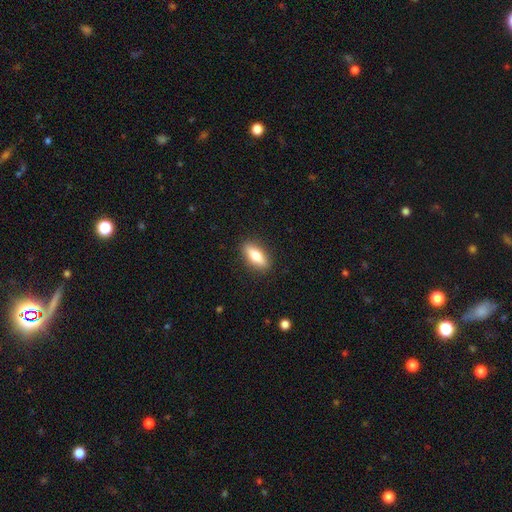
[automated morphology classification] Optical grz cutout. It shows a smooth galaxy with no disk features (66%) that is in between round and cigar-shaped (68%). Merging: none (89%).